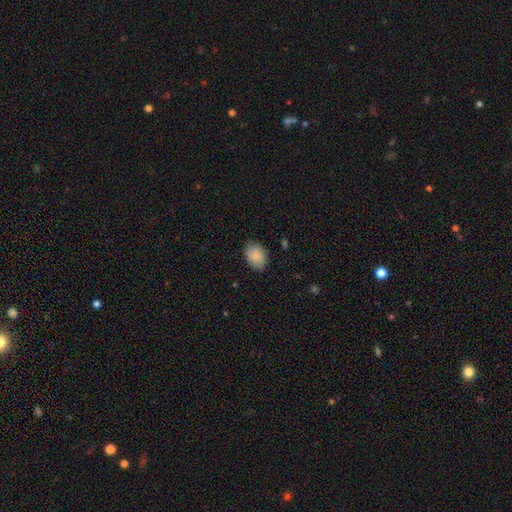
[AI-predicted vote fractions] Q: Smooth or featured?
A: smooth (88%); runner-up: star or artifact (7%)
Q: How rounded?
A: in between (68%); runner-up: round (31%)
Q: Merging?
A: none (81%); runner-up: minor disturbance (15%)